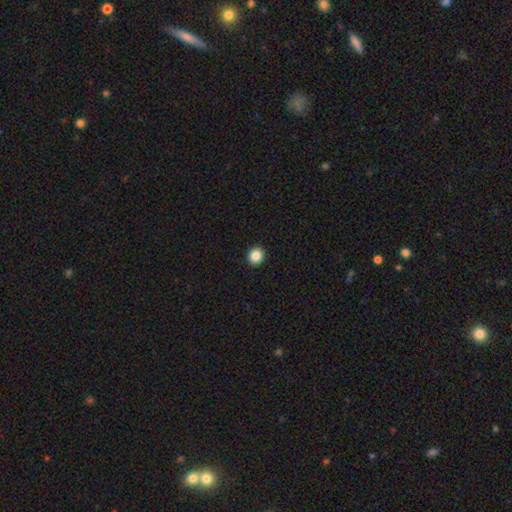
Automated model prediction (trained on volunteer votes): Smooth or featured? smooth (86%)
How rounded? round (86%)
Merging? none (94%)